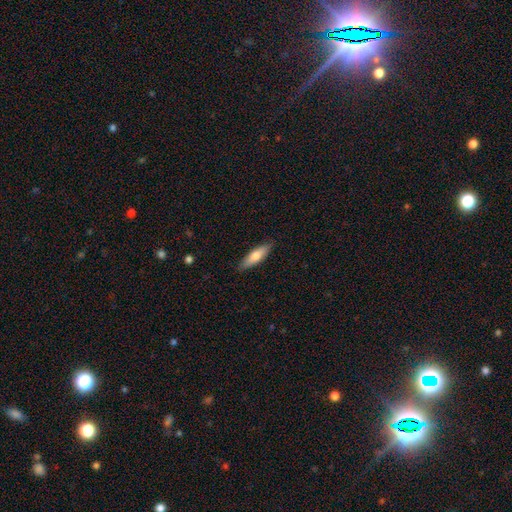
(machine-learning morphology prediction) A smooth galaxy with no disk features (68%) that is cigar-shaped (58%). Merging: none (87%).